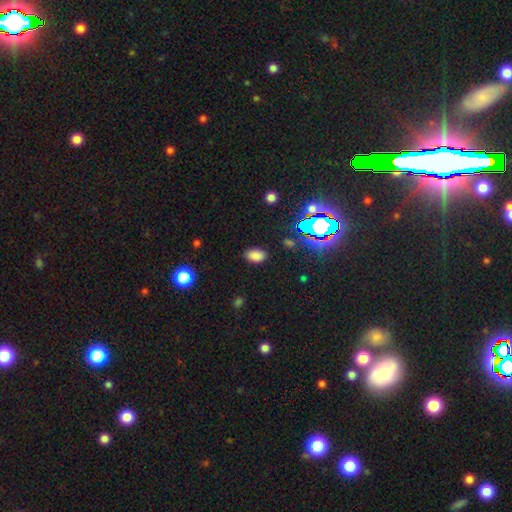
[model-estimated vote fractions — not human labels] This is likely a smooth galaxy (78%). How rounded: clearly in between (89%). Merging: clearly none (85%).